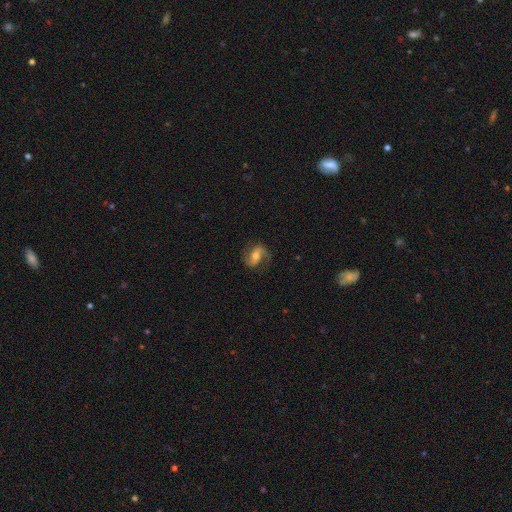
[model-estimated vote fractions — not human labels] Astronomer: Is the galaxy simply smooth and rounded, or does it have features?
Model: featured or disk — 80%.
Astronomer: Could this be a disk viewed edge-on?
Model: no — 97%.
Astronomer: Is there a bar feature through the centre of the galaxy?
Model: weak — 41% (runner-up: no, 39%).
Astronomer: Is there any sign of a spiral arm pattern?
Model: yes — 95%.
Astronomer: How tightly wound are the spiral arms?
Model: medium — 46% (runner-up: loose, 39%).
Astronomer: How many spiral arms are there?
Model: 2 — 89%.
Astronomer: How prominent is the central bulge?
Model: moderate — 64%.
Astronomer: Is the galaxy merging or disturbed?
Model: none — 77%.